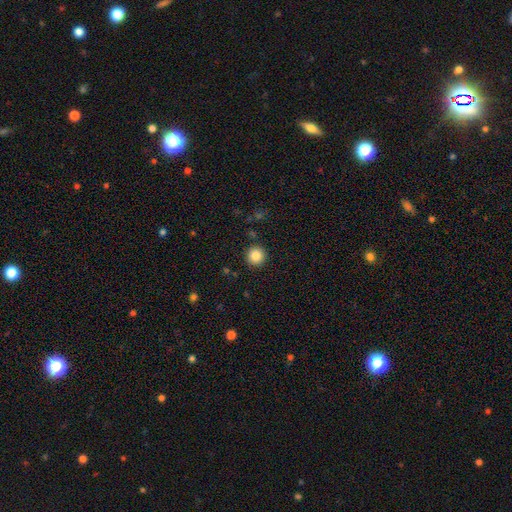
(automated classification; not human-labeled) smooth 85%, star or artifact 10%, featured or disk 5%. Down the decision tree: how rounded — round (95%); merging — none (92%).